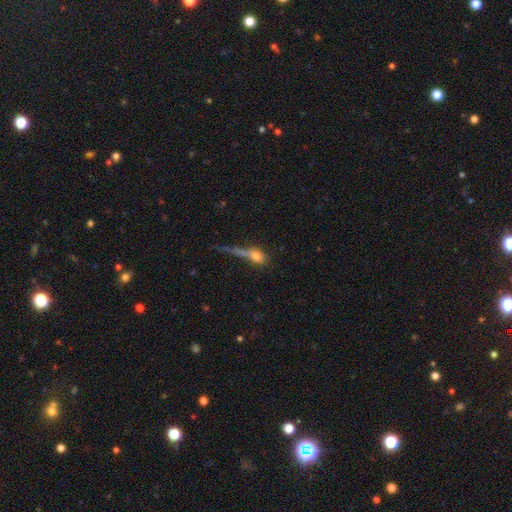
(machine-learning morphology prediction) A smooth galaxy with no disk features (64%) that is in between round and cigar-shaped (53%). Merging: major disturbance (35%).